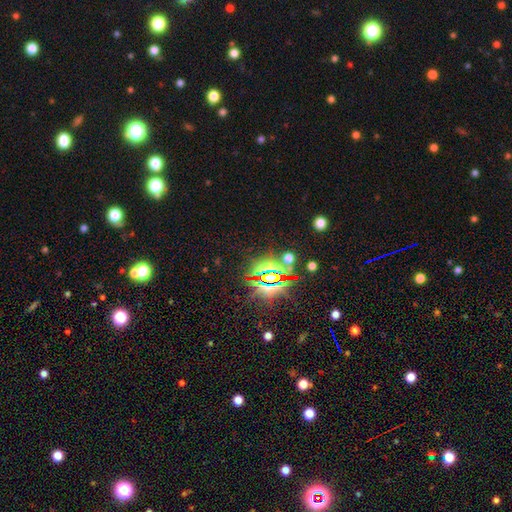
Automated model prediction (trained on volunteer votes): Smooth or featured?
  - star or artifact: 83% *
  - smooth: 10%
  - featured or disk: 7%